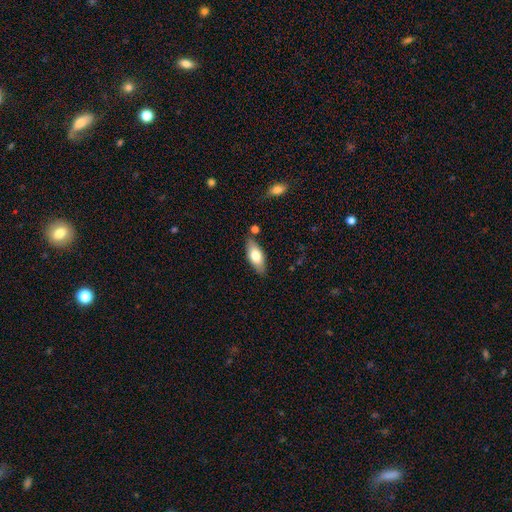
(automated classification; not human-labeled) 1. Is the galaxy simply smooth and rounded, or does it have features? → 70% smooth, 23% featured or disk, 6% star or artifact.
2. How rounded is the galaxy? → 78% in between, 19% cigar-shaped, 2% round.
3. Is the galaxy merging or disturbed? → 81% none, 13% minor disturbance, 4% merger, 3% major disturbance.